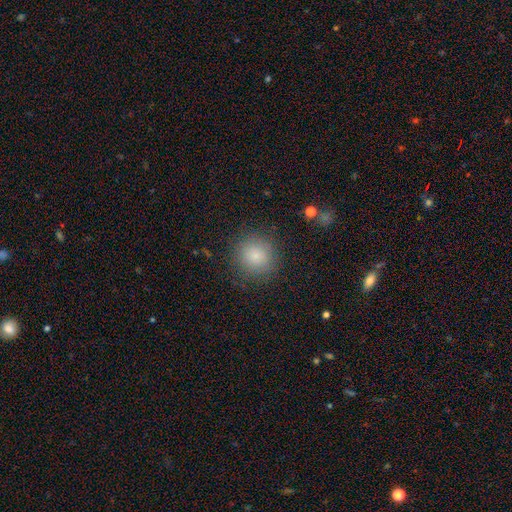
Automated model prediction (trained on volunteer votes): Smooth or featured?
  - smooth: 82% *
  - star or artifact: 11%
  - featured or disk: 7%
How rounded?
  - round: 93% *
  - in between: 7%
  - cigar-shaped: 1%
Merging?
  - none: 87% *
  - minor disturbance: 8%
  - major disturbance: 3%
  - merger: 1%